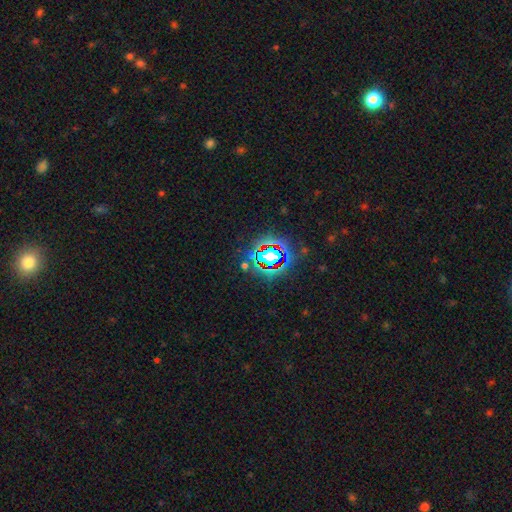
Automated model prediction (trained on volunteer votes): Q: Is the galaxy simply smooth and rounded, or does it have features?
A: star or artifact — 80%.